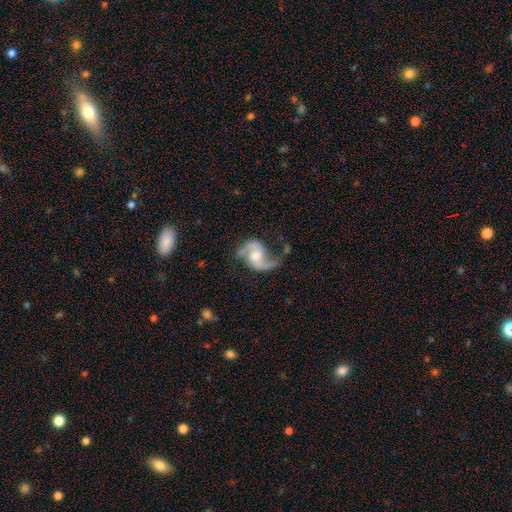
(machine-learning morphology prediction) Smooth or featured? featured or disk (89%)
Edge-on disk? no (98%)
Bar? weak (46%)
Spiral arms? yes (97%)
Spiral winding? loose (47%)
Spiral arm count? 2 (89%)
Bulge size? moderate (57%)
Merging? none (58%)